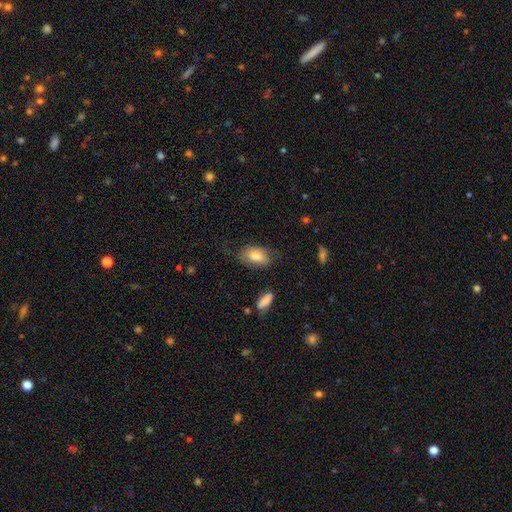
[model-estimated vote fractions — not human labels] The model was most divided on "merging": none: 65%, minor disturbance: 24%, major disturbance: 9%, merger: 2%. More confident: how rounded — in between (90%); smooth or featured — smooth (78%).